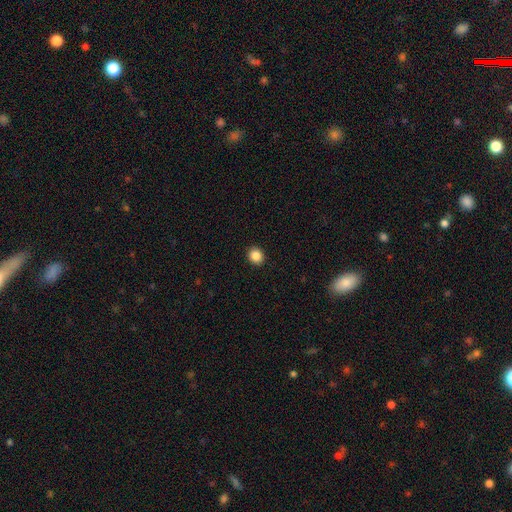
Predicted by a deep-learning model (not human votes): A smooth galaxy with no disk features (87%) that is round (75%).

Vote fractions:
- Smooth or featured? smooth: 87% / star or artifact: 10% / featured or disk: 4%
- How rounded? round: 75% / in between: 24% / cigar-shaped: 1%
- Merging? none: 92% / minor disturbance: 5% / major disturbance: 2% / merger: 1%